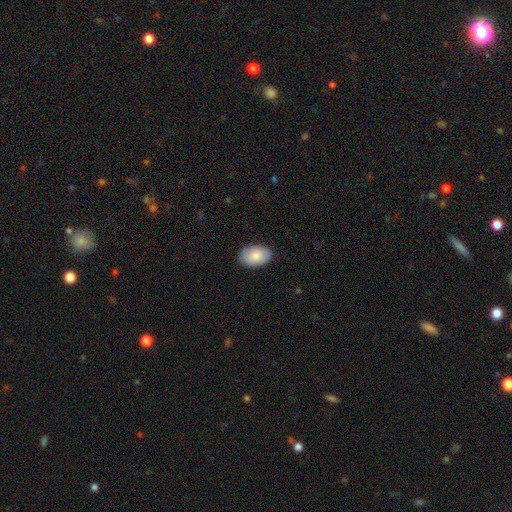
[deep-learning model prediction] Morphology: type=smooth (86%); roundness=in between (91%); merging=none (87%).